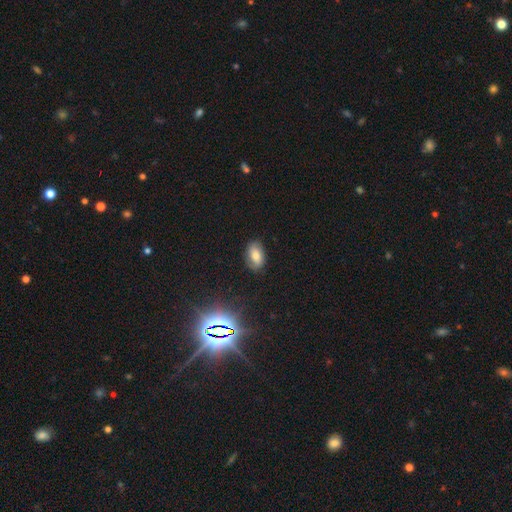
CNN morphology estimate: Smooth or featured: smooth — 70% (featured or disk — 18%)
How rounded: in between — 90% (round — 7%)
Merging: none — 81% (minor disturbance — 15%)